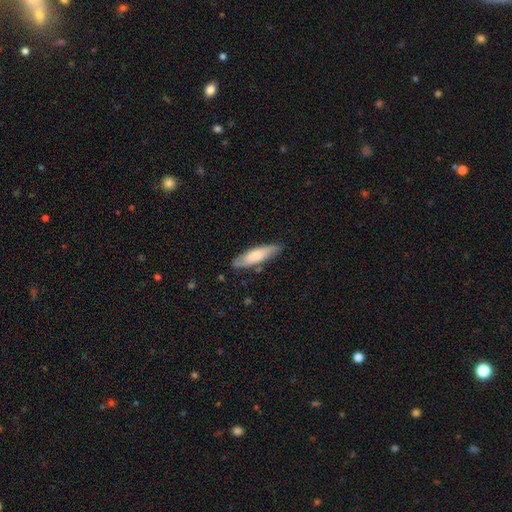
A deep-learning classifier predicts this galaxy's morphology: Overall: smooth (67%; featured or disk 28%). How rounded: cigar-shaped (62%; in between 37%). Merging: none (81%).